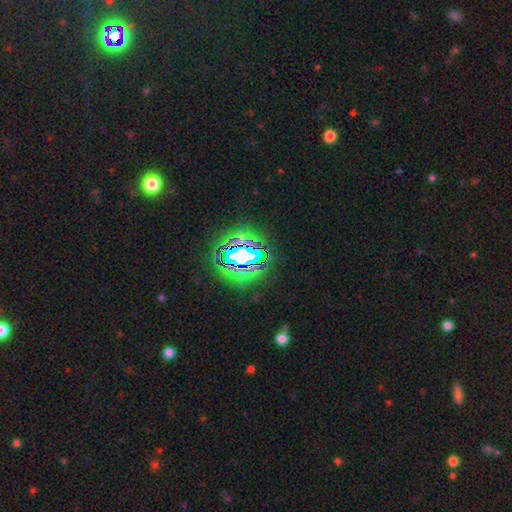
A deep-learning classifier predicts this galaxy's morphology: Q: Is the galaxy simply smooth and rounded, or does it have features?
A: star or artifact — 80%.